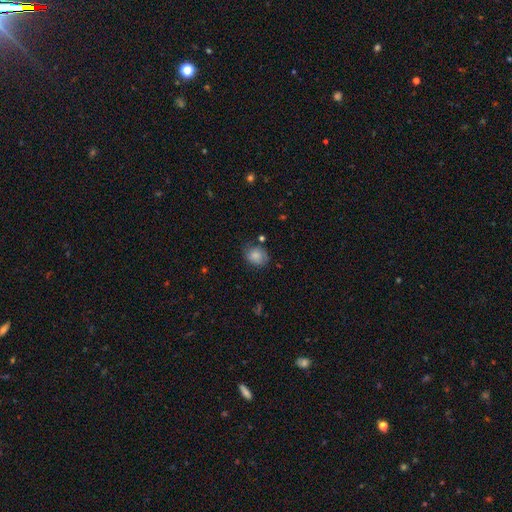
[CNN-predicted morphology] smooth 75%, featured or disk 16%, star or artifact 9%. Down the decision tree: how rounded — round (53%); merging — none (65%).